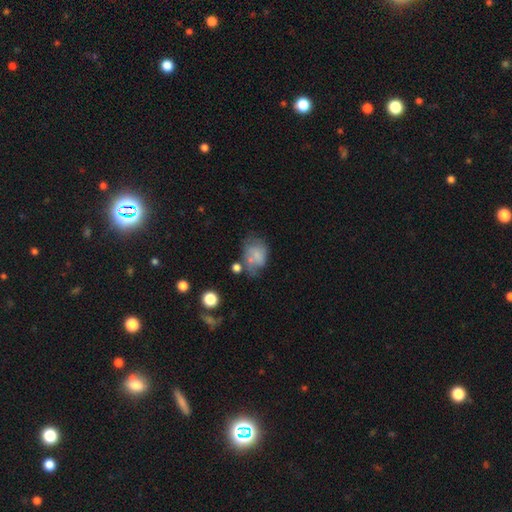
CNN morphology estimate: Smooth or featured? smooth (59%)
How rounded? in between (68%)
Merging? none (35%)